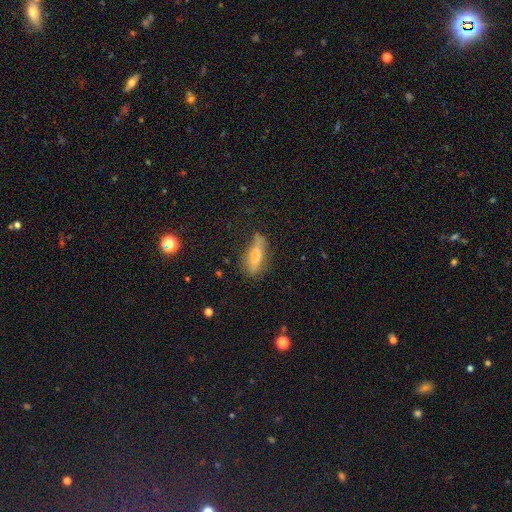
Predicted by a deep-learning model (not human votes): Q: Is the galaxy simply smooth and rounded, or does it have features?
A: smooth — 67%.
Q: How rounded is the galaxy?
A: in between — 52%.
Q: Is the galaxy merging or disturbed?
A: none — 56%.